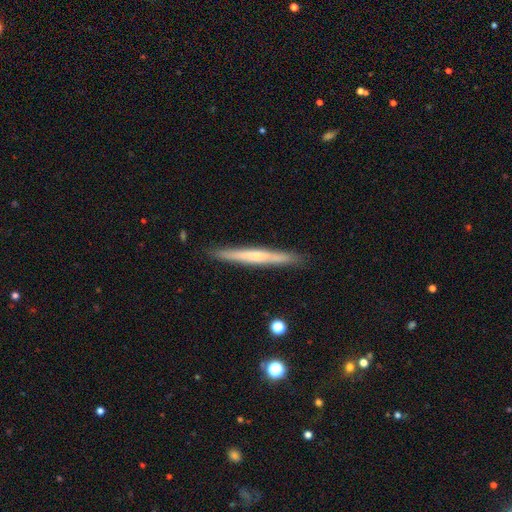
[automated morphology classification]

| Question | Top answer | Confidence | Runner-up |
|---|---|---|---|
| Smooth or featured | featured or disk | 50% | smooth (44%) |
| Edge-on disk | yes | 96% | no (4%) |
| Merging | none | 90% | minor disturbance (7%) |